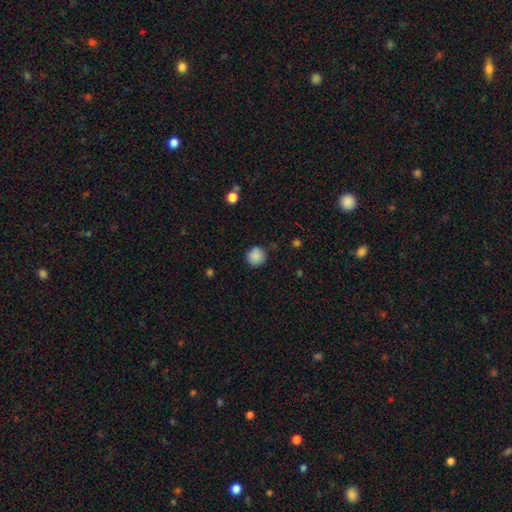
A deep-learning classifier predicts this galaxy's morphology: Smooth or featured? Predicted: smooth (p=0.87). How rounded? Predicted: round (p=0.92). Merging? Predicted: none (p=0.84).